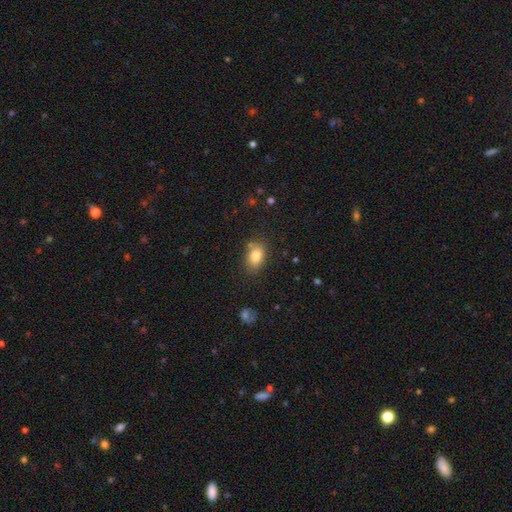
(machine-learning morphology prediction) smooth_or_featured: smooth (p=0.82) [alt: star or artifact p=0.09]
how_rounded: in between (p=0.80) [alt: round p=0.18]
merging: none (p=0.74) [alt: minor disturbance p=0.16]